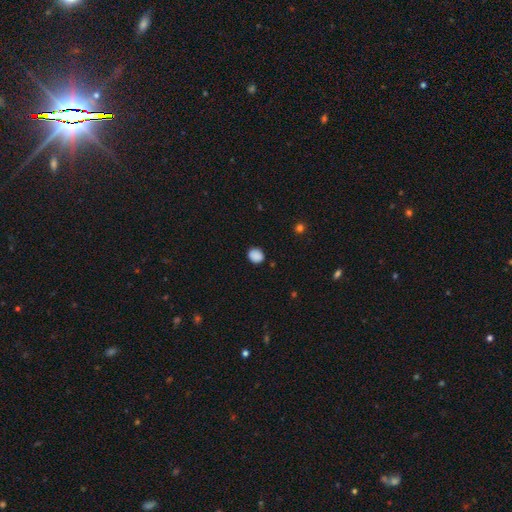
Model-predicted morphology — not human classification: Smooth or featured: smooth — 87% (star or artifact — 10%)
How rounded: round — 68% (in between — 31%)
Merging: none — 86% (minor disturbance — 11%)